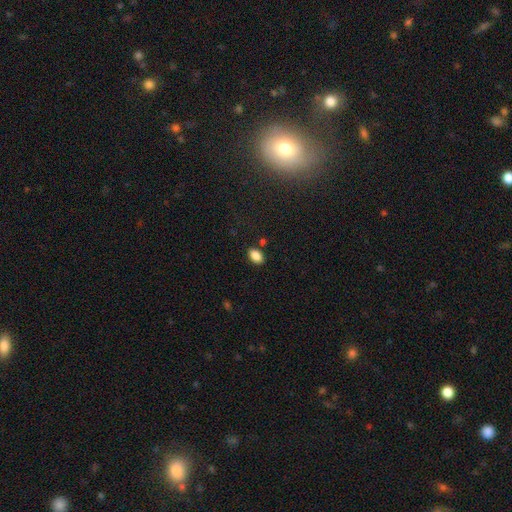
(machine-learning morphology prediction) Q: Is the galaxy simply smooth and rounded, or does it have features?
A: smooth — 87%.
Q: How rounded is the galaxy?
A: in between — 89%.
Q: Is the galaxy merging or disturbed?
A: none — 83%.